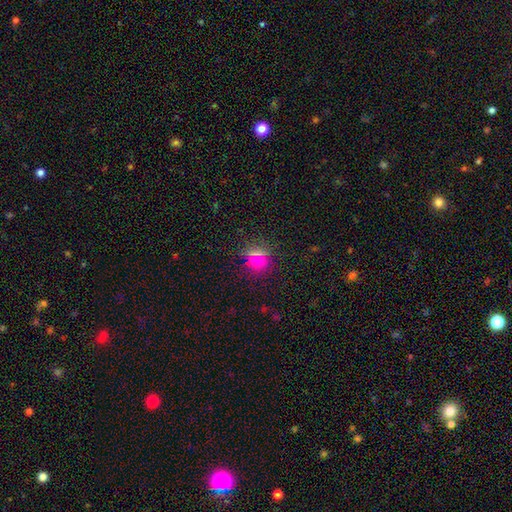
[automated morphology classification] A smooth galaxy with no disk features (66%) that is round (88%). Merging: none (85%).